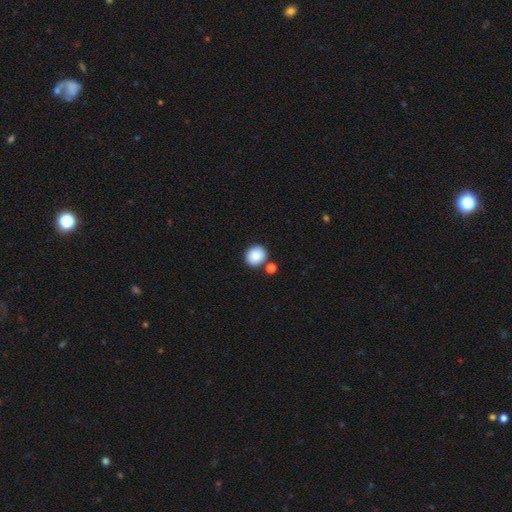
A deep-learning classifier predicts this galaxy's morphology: smooth-or-featured: smooth: 87% | star or artifact: 8% | featured or disk: 4%
  how-rounded: round: 80% | in between: 19% | cigar-shaped: 1%
  merging: none: 80% | merger: 10% | minor disturbance: 9% | major disturbance: 2%